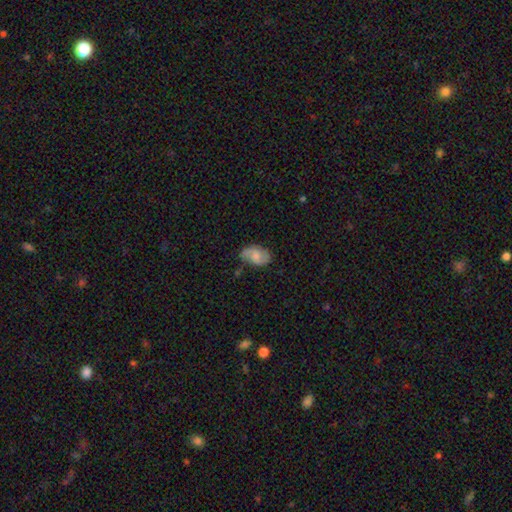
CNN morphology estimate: Smooth or featured?
  - smooth: 51% *
  - featured or disk: 42%
  - star or artifact: 8%
How rounded?
  - in between: 88% *
  - round: 11%
  - cigar-shaped: 1%
Merging?
  - none: 56% *
  - minor disturbance: 31%
  - major disturbance: 9%
  - merger: 4%